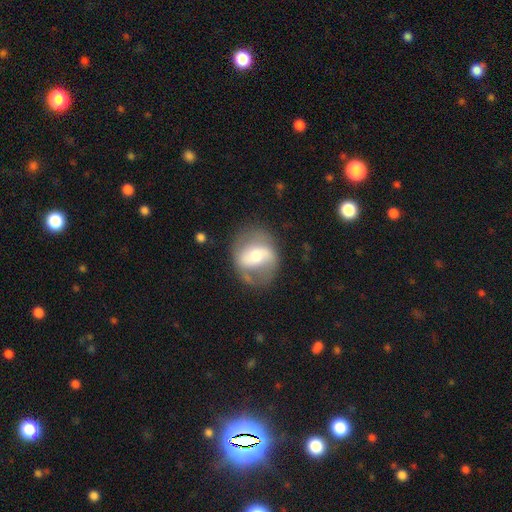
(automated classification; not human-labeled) Smooth or featured?
  - featured or disk: 62% *
  - smooth: 31%
  - star or artifact: 7%
Edge-on disk?
  - no: 95% *
  - yes: 5%
Bar?
  - strong: 36% *
  - weak: 35%
  - no: 29%
Spiral arms?
  - yes: 66% *
  - no: 34%
Bulge size?
  - moderate: 59% *
  - small: 28%
  - large: 10%
  - dominant: 2%
  - none: 1%
Merging?
  - none: 63% *
  - minor disturbance: 20%
  - major disturbance: 14%
  - merger: 2%